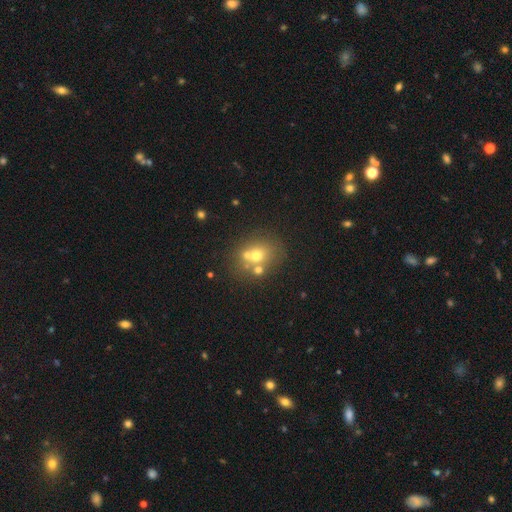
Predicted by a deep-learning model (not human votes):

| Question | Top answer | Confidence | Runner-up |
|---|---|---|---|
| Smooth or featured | smooth | 57% | featured or disk (26%) |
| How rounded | round | 67% | in between (32%) |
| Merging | none | 48% | merger (37%) |